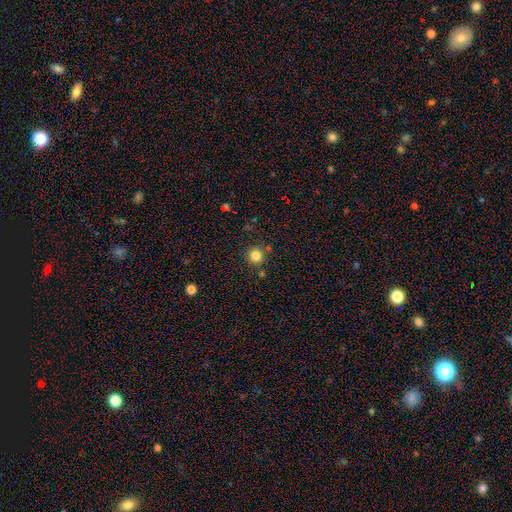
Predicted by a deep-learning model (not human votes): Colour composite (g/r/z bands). It shows a smooth galaxy with no disk features (83%) that is round (93%). Merging: none (84%).